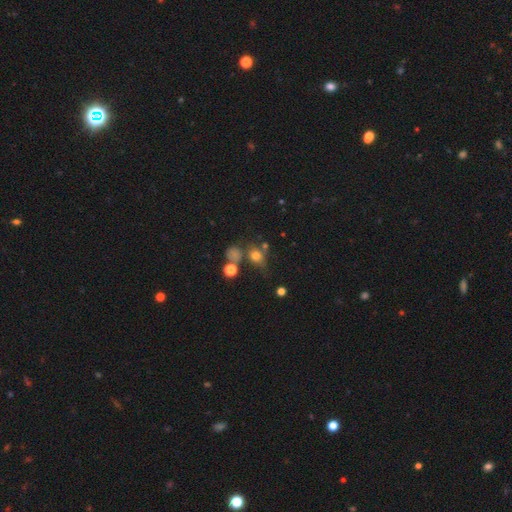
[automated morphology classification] This is likely a smooth galaxy (68%). How rounded: likely round (62%). Merging: possibly none (53%).